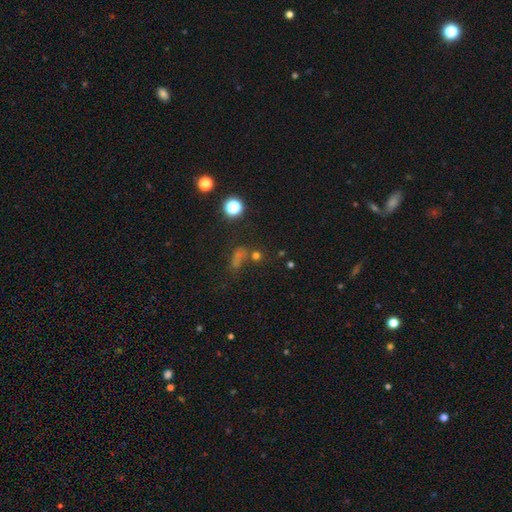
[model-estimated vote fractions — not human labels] Q: Smooth or featured?
A: smooth (50%); runner-up: star or artifact (38%)
Q: How rounded?
A: round (58%); runner-up: in between (35%)
Q: Merging?
A: none (52%); runner-up: merger (21%)